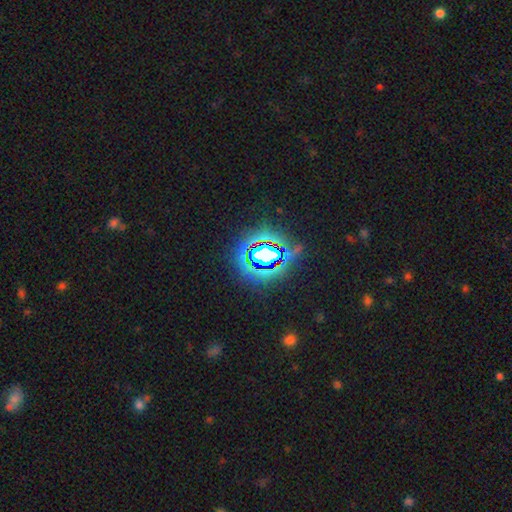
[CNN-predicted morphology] smooth-or-featured: star or artifact: 74% | smooth: 15% | featured or disk: 11%